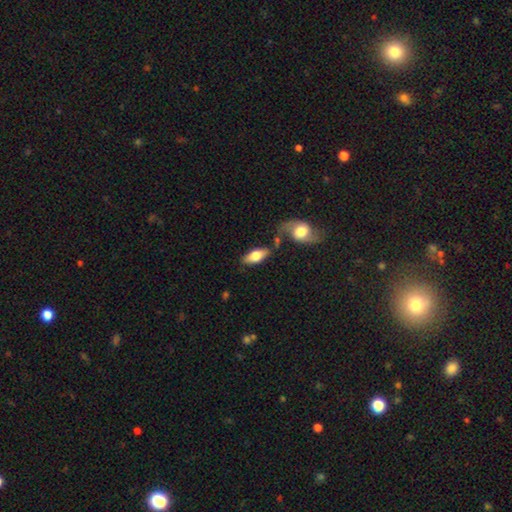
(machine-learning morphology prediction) This appears to be a smooth galaxy with no disk features (65%) that is in between round and cigar-shaped (85%). Merging: none (65%).